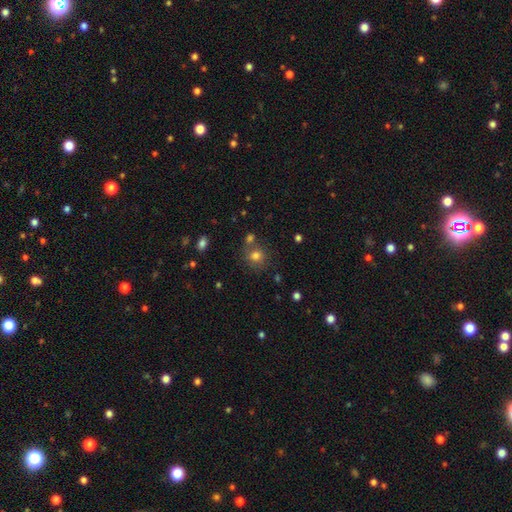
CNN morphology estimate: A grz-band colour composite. It shows a smooth galaxy with no disk features (77%) that is round (83%). Merging: none (70%).